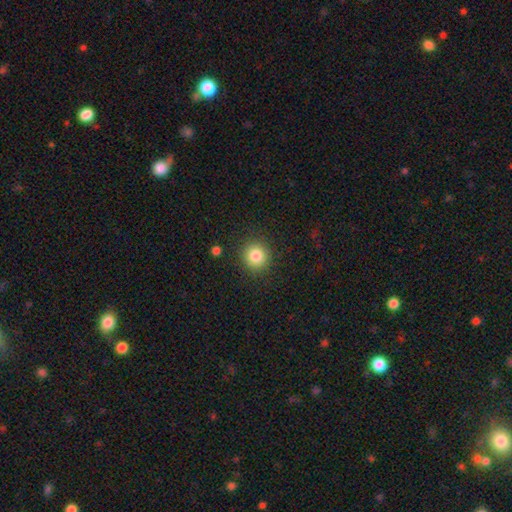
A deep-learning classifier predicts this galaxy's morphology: Smooth or featured: smooth — 84% (star or artifact — 11%)
How rounded: round — 91% (in between — 8%)
Merging: none — 90% (minor disturbance — 7%)